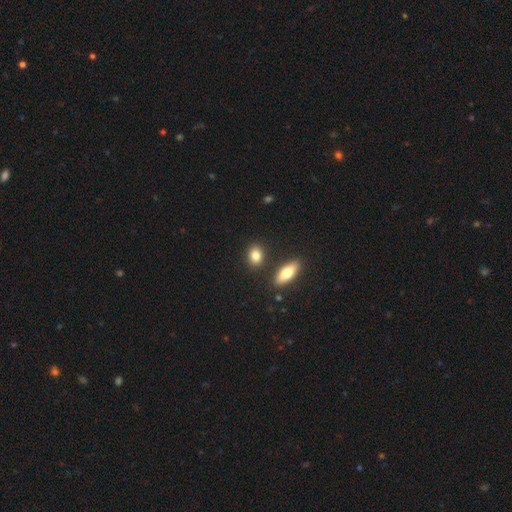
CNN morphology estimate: type=smooth (82%); roundness=in between (68%); merging=none (81%).